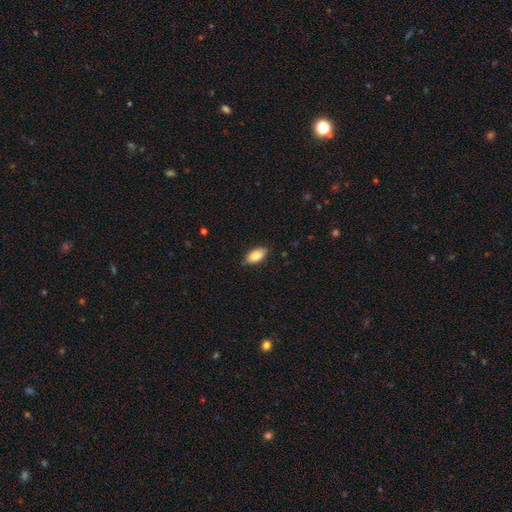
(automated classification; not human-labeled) smooth_or_featured: smooth (p=0.82) [alt: featured or disk p=0.11]
how_rounded: in between (p=0.92) [alt: cigar-shaped p=0.05]
merging: none (p=0.83) [alt: minor disturbance p=0.14]